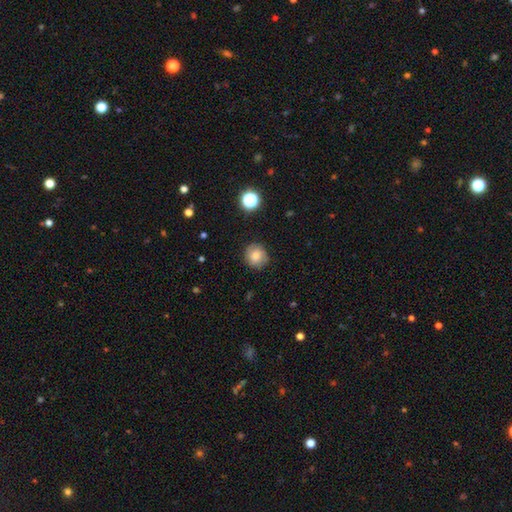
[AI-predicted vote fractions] smooth 67%, featured or disk 22%, star or artifact 11%. Down the decision tree: how rounded — round (86%); merging — none (82%).